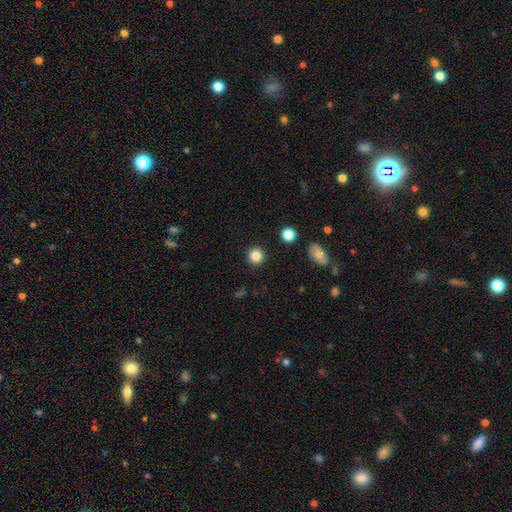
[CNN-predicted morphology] Smooth or featured? Predicted: smooth (p=0.85). How rounded? Predicted: round (p=0.93). Merging? Predicted: none (p=0.91).